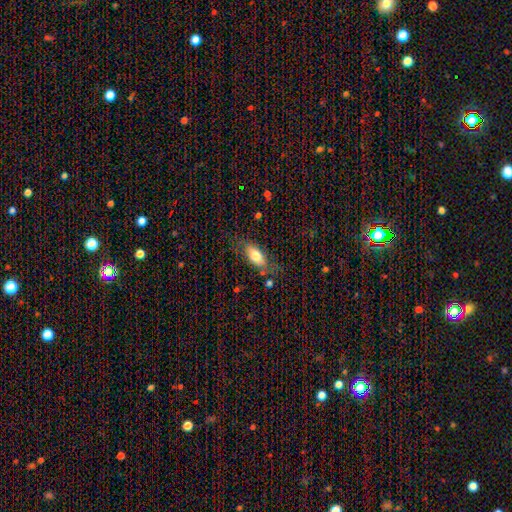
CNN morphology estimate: type=smooth (72%); roundness=in between (83%); merging=none (71%).